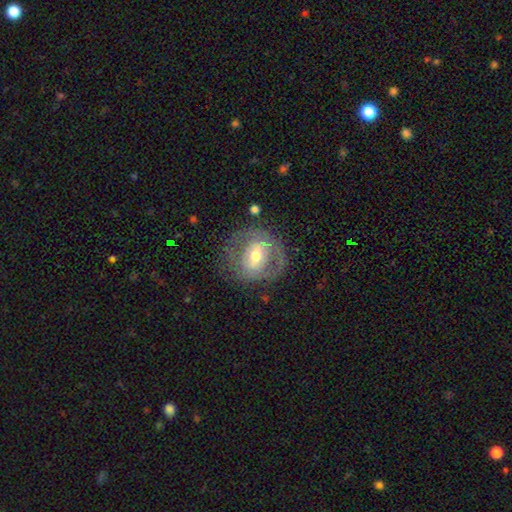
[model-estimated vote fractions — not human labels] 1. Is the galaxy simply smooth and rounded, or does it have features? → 65% featured or disk, 28% smooth, 7% star or artifact.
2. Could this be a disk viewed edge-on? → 95% no, 5% yes.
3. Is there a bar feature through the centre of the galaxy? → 43% weak, 31% no, 26% strong.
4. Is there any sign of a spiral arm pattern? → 55% yes, 45% no.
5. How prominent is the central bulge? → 67% moderate, 24% small, 7% large, 1% none, 1% dominant.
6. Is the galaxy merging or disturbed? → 65% none, 19% minor disturbance, 14% major disturbance, 2% merger.